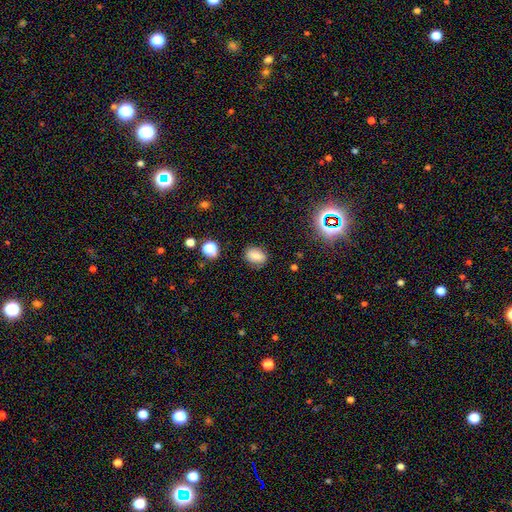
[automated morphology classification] The model was most divided on "how rounded": in between: 68%, round: 31%, cigar-shaped: 2%. More confident: merging — none (81%); smooth or featured — smooth (75%).